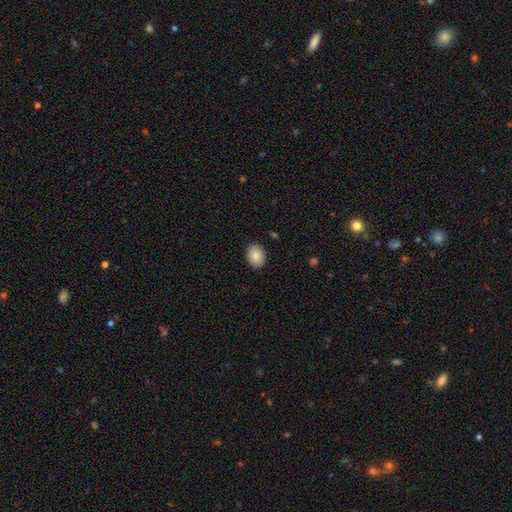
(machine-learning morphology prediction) A smooth galaxy with no disk features (86%) that is in between round and cigar-shaped (68%). Merging: none (89%).